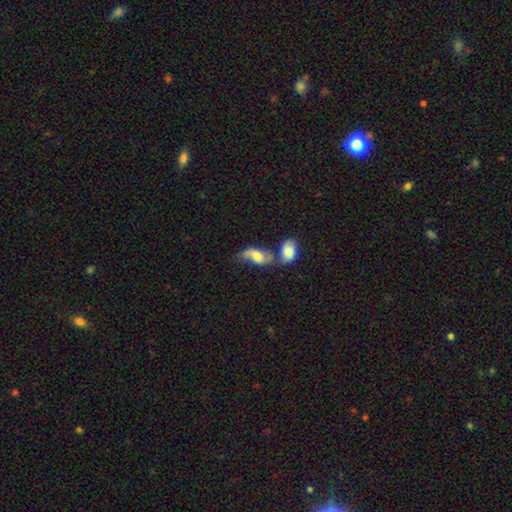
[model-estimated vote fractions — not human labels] Smooth or featured? Predicted: featured or disk (p=0.57). Edge-on disk? Predicted: no (p=0.93). Bar? Predicted: no (p=0.54). Spiral arms? Predicted: yes (p=0.87). Bulge size? Predicted: moderate (p=0.49). Merging? Predicted: merger (p=0.47).